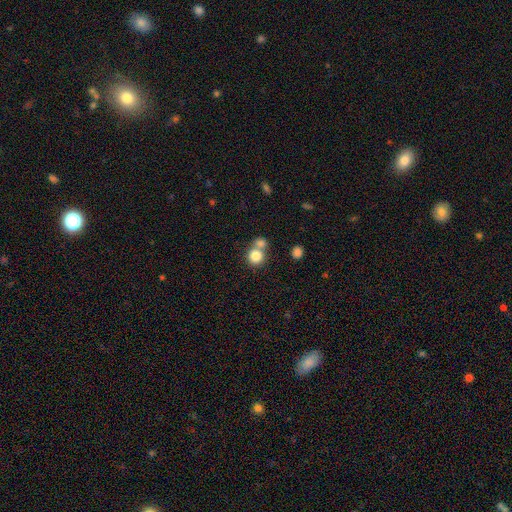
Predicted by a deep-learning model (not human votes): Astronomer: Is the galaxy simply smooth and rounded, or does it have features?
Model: smooth — 82%.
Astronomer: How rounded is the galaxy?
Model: round — 87%.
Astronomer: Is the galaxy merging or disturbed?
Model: none — 47% (runner-up: merger, 43%).